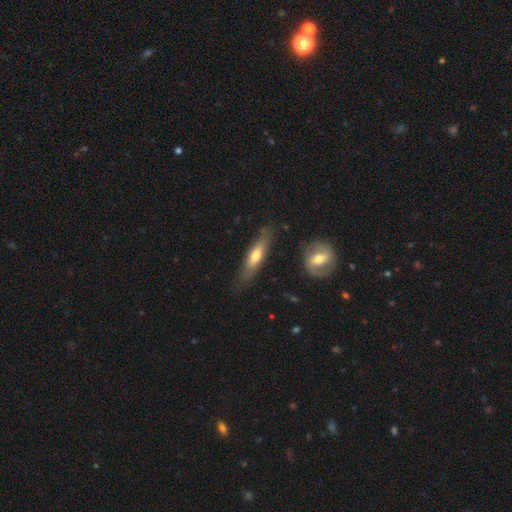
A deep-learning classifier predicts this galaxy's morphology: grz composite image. It shows a smooth galaxy with no disk features (53%) that is cigar-shaped (70%). Merging: none (77%).